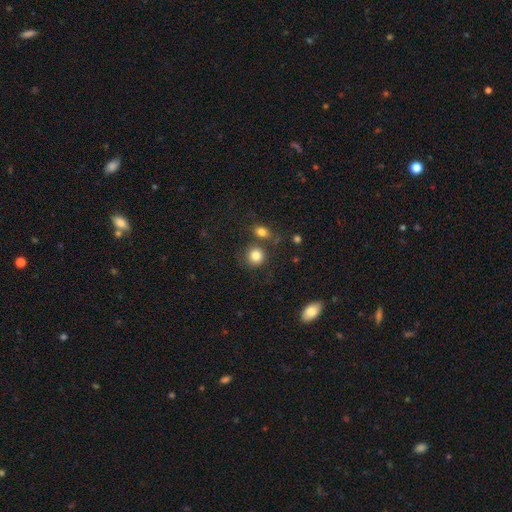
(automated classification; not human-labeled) Smooth or featured? smooth (83%)
How rounded? round (85%)
Merging? none (68%)